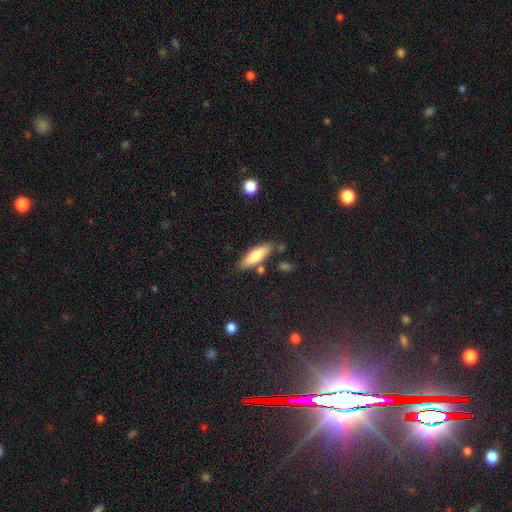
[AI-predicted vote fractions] smooth-or-featured: smooth: 73% | featured or disk: 21% | star or artifact: 6%
  how-rounded: in between: 52% | cigar-shaped: 46% | round: 2%
  merging: none: 77% | minor disturbance: 13% | merger: 7% | major disturbance: 3%